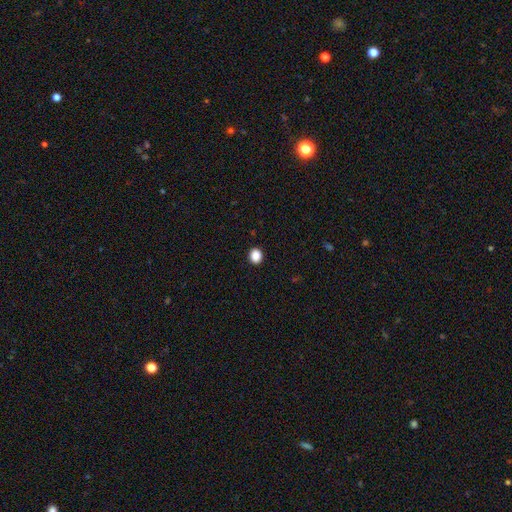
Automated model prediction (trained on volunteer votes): This is clearly a smooth galaxy (88%). How rounded: likely round (70%). Merging: clearly none (92%).